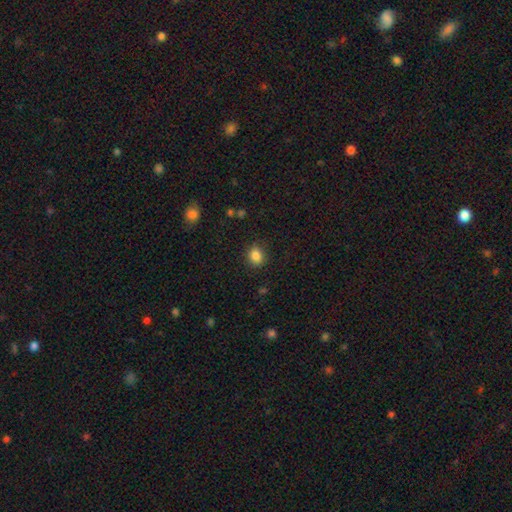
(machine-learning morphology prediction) type=smooth (86%); roundness=round (59%); merging=none (86%).